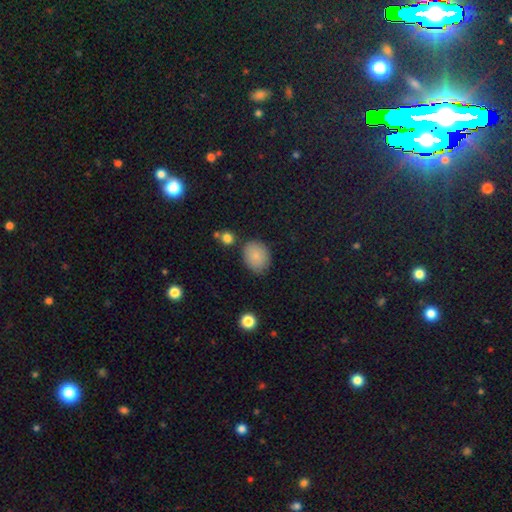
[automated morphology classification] A smooth galaxy with no disk features (84%) that is in between round and cigar-shaped (53%). Merging: none (78%).